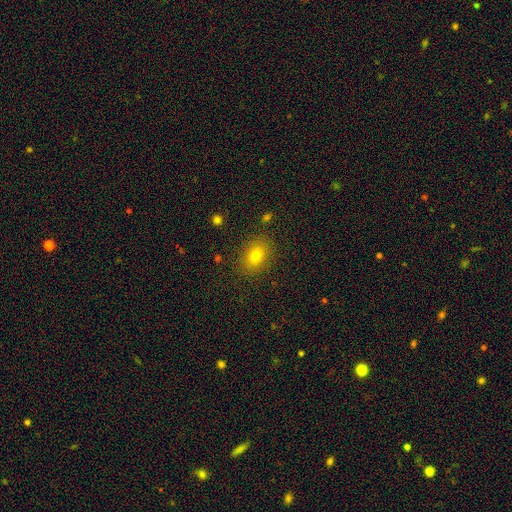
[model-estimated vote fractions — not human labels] Overall: smooth (78%). How rounded: in between (73%). Merging: none (86%).